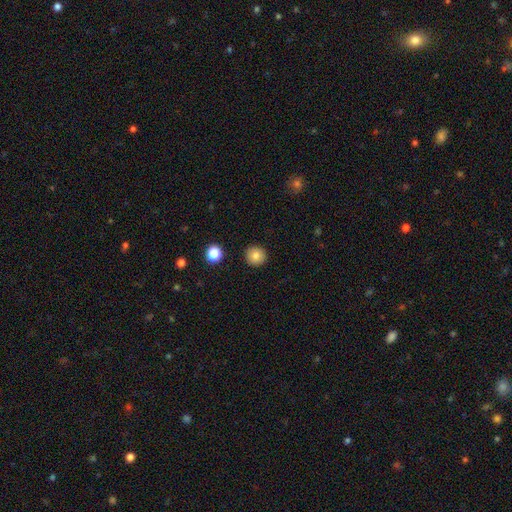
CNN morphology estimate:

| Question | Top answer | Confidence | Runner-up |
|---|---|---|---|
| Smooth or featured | smooth | 83% | star or artifact (10%) |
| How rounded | round | 93% | in between (6%) |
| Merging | none | 91% | minor disturbance (6%) |